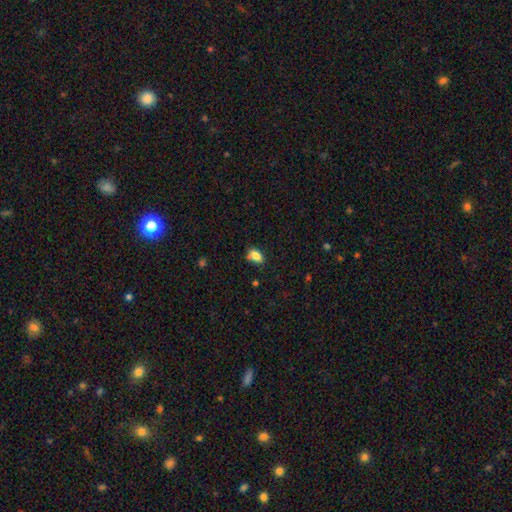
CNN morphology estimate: smooth 83%, star or artifact 9%, featured or disk 8%. Down the decision tree: how rounded — in between (84%); merging — none (62%).